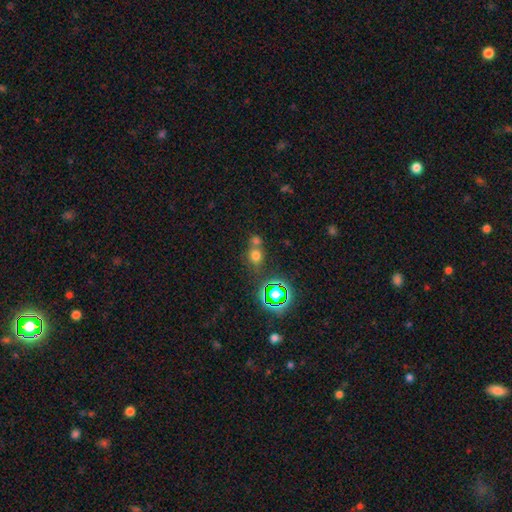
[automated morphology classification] Smooth or featured: smooth — 63% (star or artifact — 28%)
How rounded: round — 74% (in between — 24%)
Merging: none — 49% (merger — 39%)